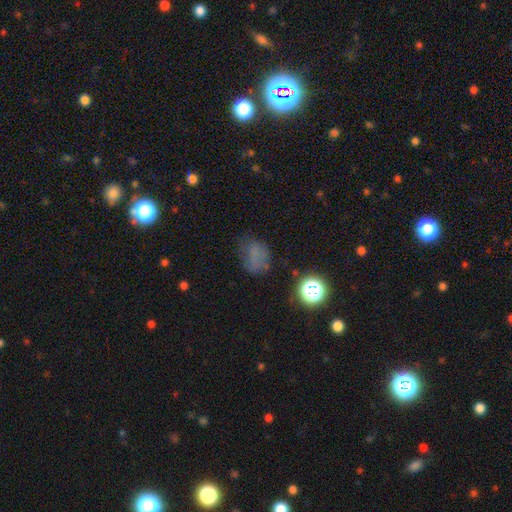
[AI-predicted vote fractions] Q: Smooth or featured?
A: smooth (59%); runner-up: star or artifact (25%)
Q: How rounded?
A: in between (56%); runner-up: round (42%)
Q: Merging?
A: none (55%); runner-up: minor disturbance (25%)